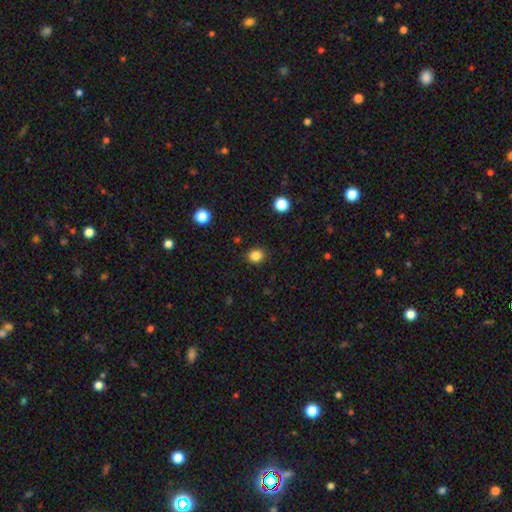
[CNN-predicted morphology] smooth 84%, star or artifact 12%, featured or disk 4%. Down the decision tree: how rounded — round (75%); merging — none (90%).